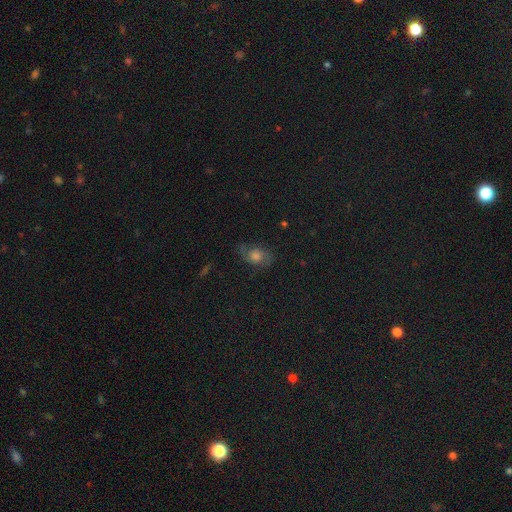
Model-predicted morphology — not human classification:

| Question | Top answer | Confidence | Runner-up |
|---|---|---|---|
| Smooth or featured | featured or disk | 39% | smooth (37%) |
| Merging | none | 68% | minor disturbance (20%) |